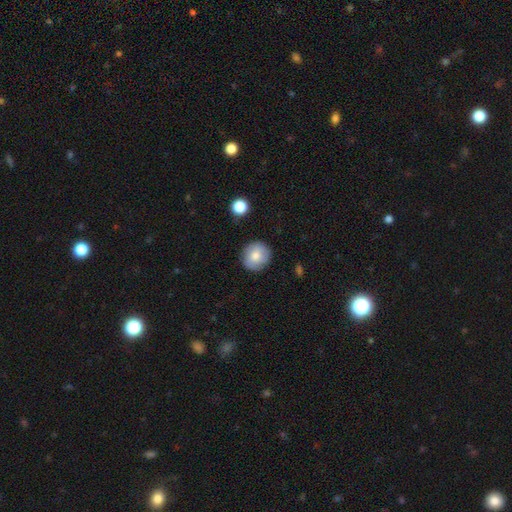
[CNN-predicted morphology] Smooth or featured: smooth — 75% (featured or disk — 18%)
How rounded: round — 91% (in between — 8%)
Merging: none — 86% (minor disturbance — 10%)